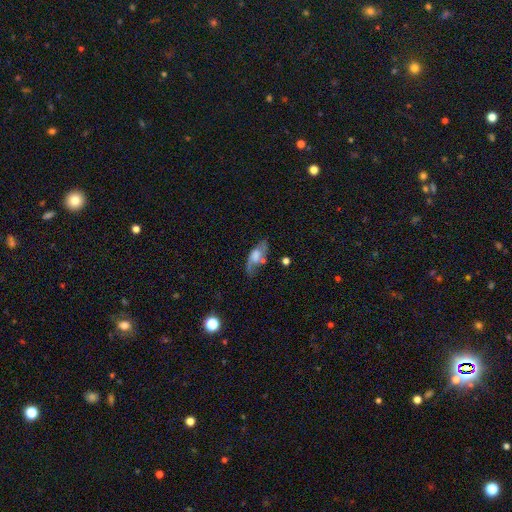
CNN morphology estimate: This appears to be a featured or disk galaxy (56%). Merging: none (53%).